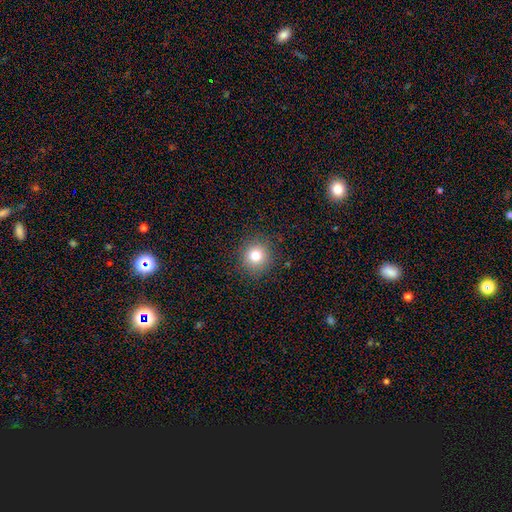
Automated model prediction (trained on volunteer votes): Q: Smooth or featured?
A: smooth (78%); runner-up: star or artifact (13%)
Q: How rounded?
A: round (92%); runner-up: in between (7%)
Q: Merging?
A: none (90%); runner-up: minor disturbance (7%)